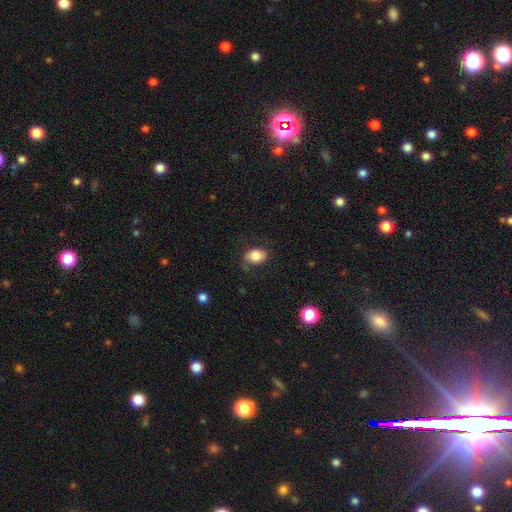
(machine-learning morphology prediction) smooth 81%, featured or disk 11%, star or artifact 8%. Down the decision tree: how rounded — in between (72%); merging — none (73%).